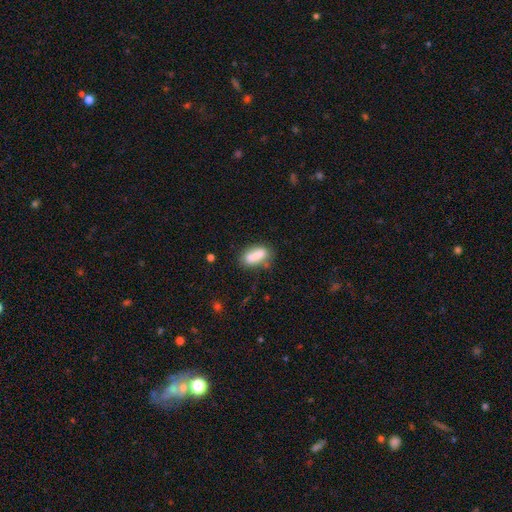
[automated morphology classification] A smooth galaxy with no disk features (79%) that is in between round and cigar-shaped (82%). Merging: none (58%).